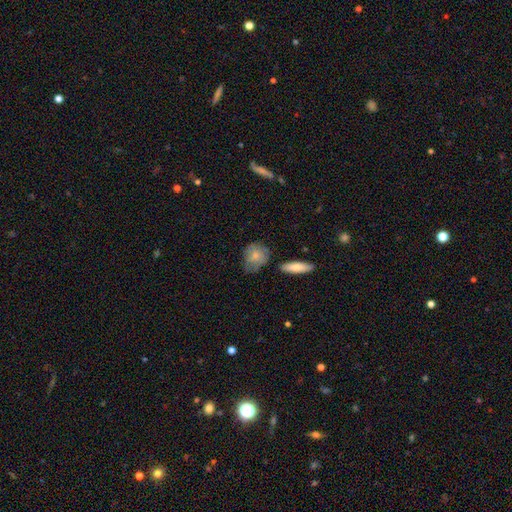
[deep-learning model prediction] Q: Smooth or featured?
A: smooth (71%); runner-up: featured or disk (23%)
Q: How rounded?
A: round (58%); runner-up: in between (39%)
Q: Merging?
A: none (59%); runner-up: minor disturbance (28%)